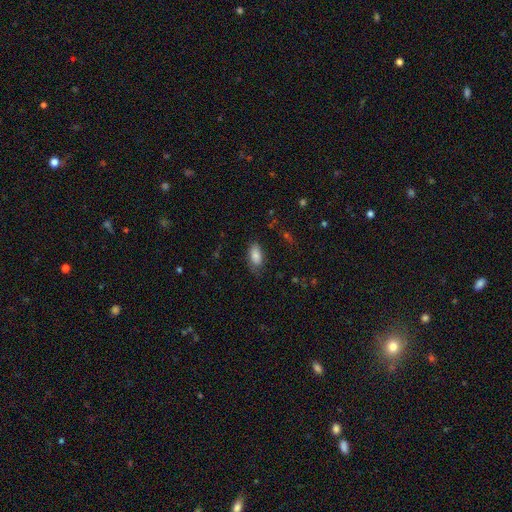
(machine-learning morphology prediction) smooth_or_featured: smooth (p=0.84) [alt: featured or disk p=0.08]
how_rounded: in between (p=0.90) [alt: cigar-shaped p=0.07]
merging: none (p=0.68) [alt: minor disturbance p=0.23]